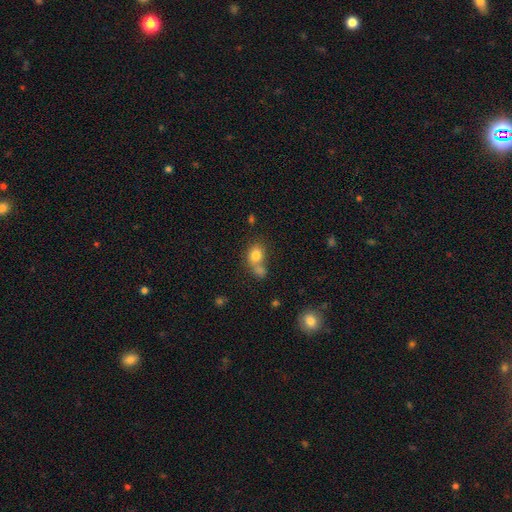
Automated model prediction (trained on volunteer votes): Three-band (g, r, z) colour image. It shows a smooth galaxy with no disk features (78%) that is round (51%). Merging: merger (43%).